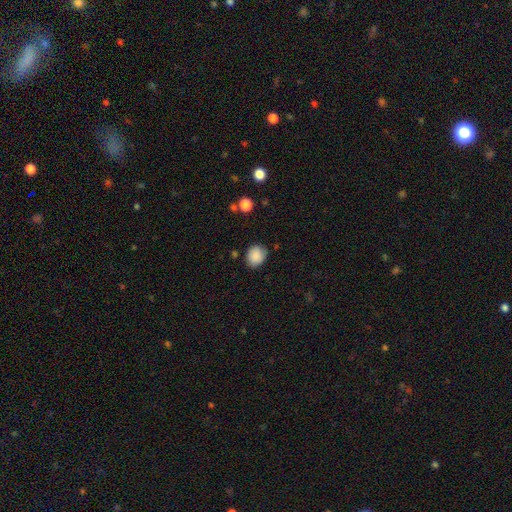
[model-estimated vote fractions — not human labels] Smooth or featured? Predicted: smooth (p=0.86). How rounded? Predicted: round (p=0.62). Merging? Predicted: none (p=0.77).